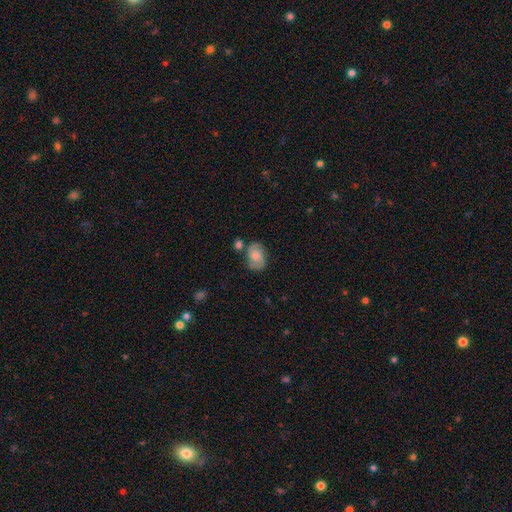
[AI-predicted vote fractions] This appears to be a smooth galaxy with no disk features (52%) that is in between round and cigar-shaped (78%). Merging: none (60%).